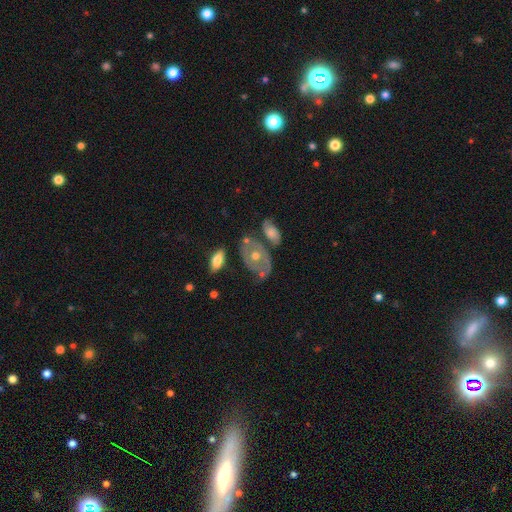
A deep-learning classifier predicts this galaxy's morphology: The model was most divided on "spiral arms": no: 58%, yes: 42%. Remaining: edge-on disk — no (91%); bar — no (87%); bulge size — moderate (65%); smooth or featured — featured or disk (61%); merging — none (48%).